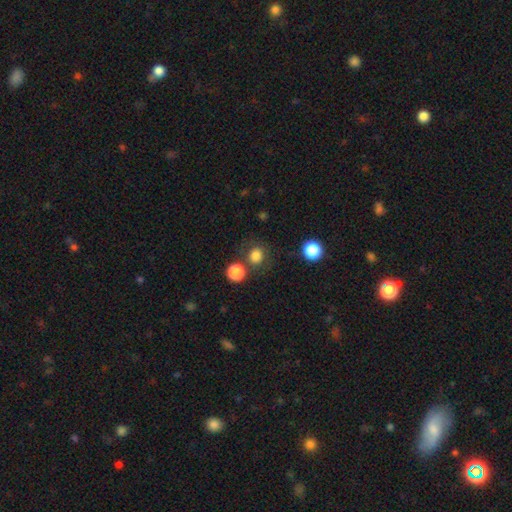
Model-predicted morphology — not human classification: type=smooth (81%); roundness=round (85%); merging=none (75%).